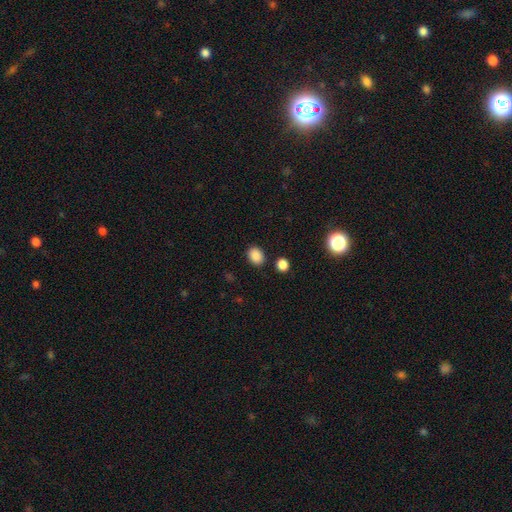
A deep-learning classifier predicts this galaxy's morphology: smooth 87%, star or artifact 10%, featured or disk 3%. Down the decision tree: how rounded — in between (55%); merging — none (86%).